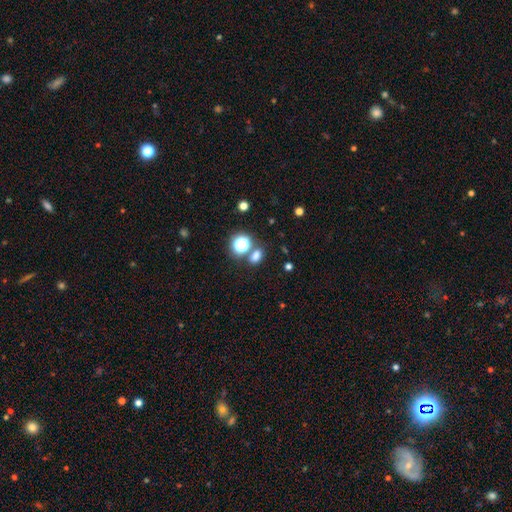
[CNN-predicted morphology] This appears to be a smooth galaxy with no disk features (70%) that is in between round and cigar-shaped (62%). Merging: none (70%).